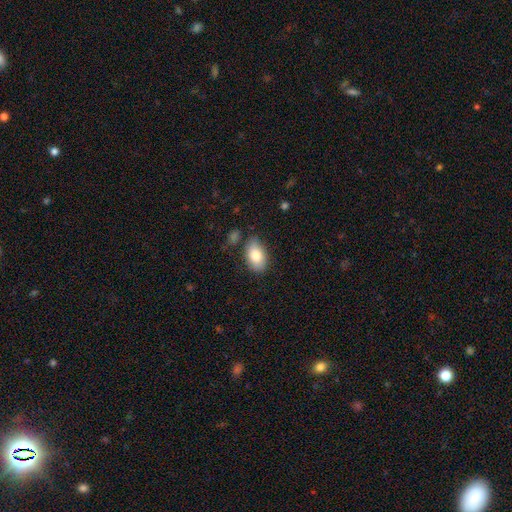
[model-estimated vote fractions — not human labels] Q: Smooth or featured?
A: smooth (81%); runner-up: featured or disk (12%)
Q: How rounded?
A: in between (91%); runner-up: round (7%)
Q: Merging?
A: none (77%); runner-up: minor disturbance (16%)